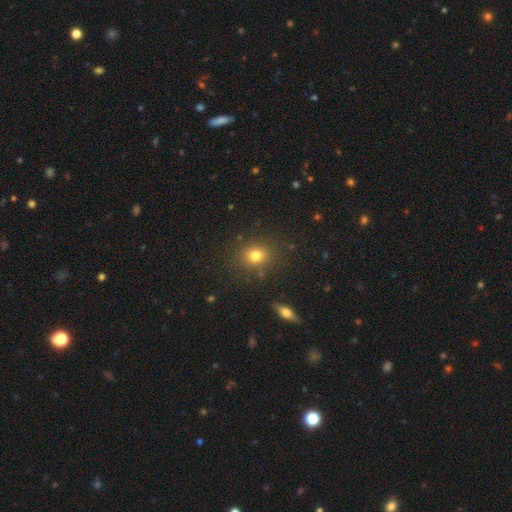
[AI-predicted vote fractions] This is likely a smooth galaxy (76%). How rounded: likely round (67%). Merging: clearly none (82%).